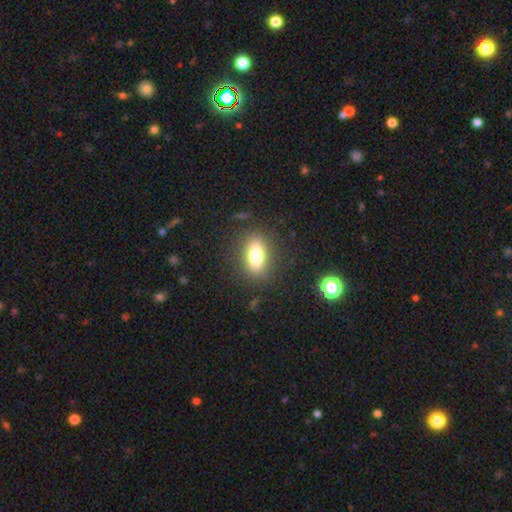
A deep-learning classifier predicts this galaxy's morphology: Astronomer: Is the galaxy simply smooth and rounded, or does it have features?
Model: smooth — 71%.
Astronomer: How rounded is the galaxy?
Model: in between — 76%.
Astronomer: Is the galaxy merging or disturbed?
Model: none — 85%.